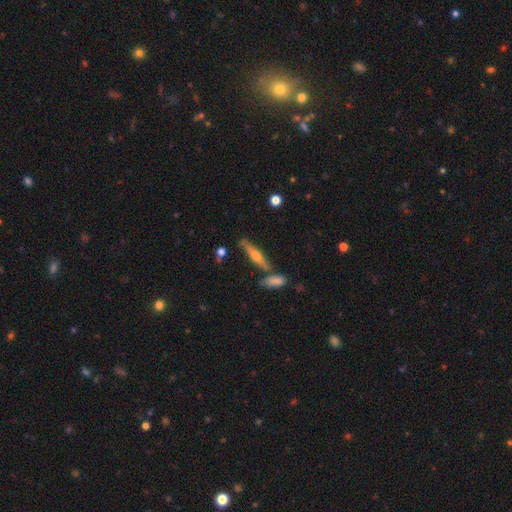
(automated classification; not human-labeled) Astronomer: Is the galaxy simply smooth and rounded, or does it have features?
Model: featured or disk — 59%.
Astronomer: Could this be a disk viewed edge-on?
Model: yes — 93%.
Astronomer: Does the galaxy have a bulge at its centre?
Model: rounded — 86%.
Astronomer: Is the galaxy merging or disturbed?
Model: none — 74%.